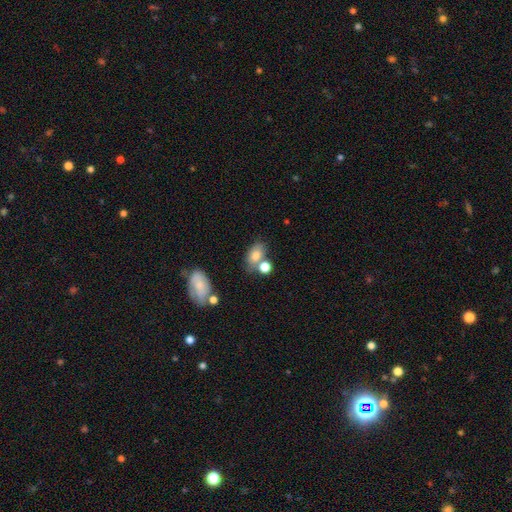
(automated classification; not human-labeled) A smooth galaxy with no disk features (78%) that is in between round and cigar-shaped (81%). Merging: none (52%).